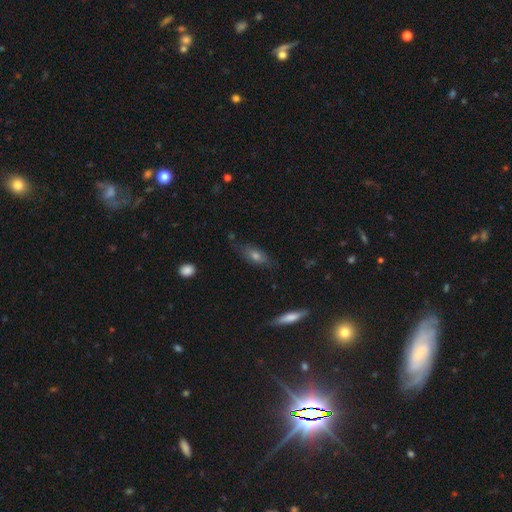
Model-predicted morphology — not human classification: smooth 60%, featured or disk 29%, star or artifact 12%. Down the decision tree: how rounded — in between (65%); merging — none (73%).